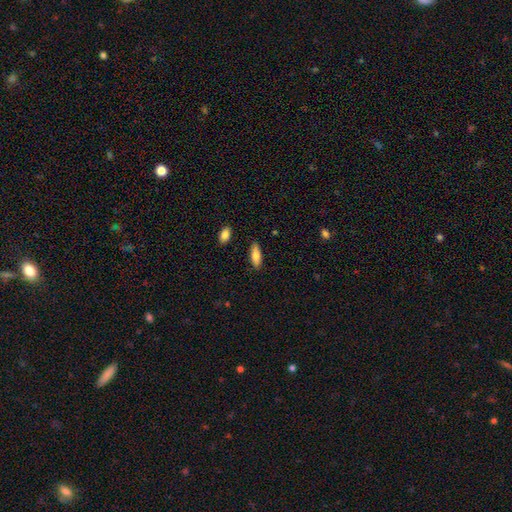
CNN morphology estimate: Smooth or featured?
  - smooth: 81% *
  - featured or disk: 13%
  - star or artifact: 6%
How rounded?
  - in between: 64% *
  - cigar-shaped: 34%
  - round: 2%
Merging?
  - none: 86% *
  - minor disturbance: 11%
  - major disturbance: 2%
  - merger: 2%